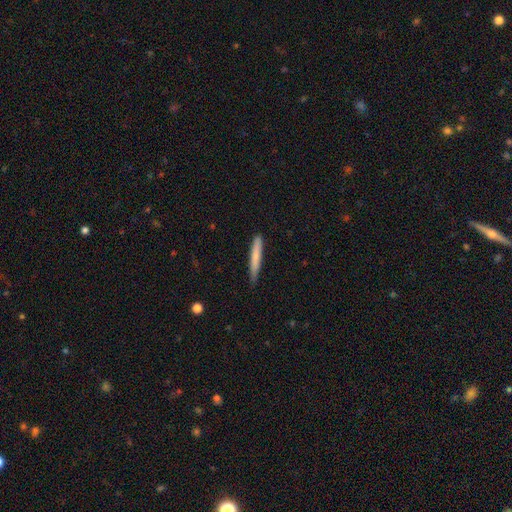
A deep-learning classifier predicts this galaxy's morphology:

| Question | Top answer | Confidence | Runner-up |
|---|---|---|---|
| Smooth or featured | smooth | 74% | featured or disk (20%) |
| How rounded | cigar-shaped | 95% | in between (3%) |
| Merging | none | 80% | minor disturbance (17%) |